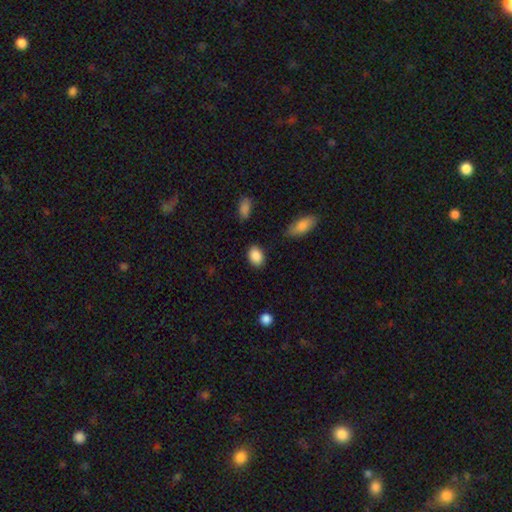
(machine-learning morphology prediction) Smooth or featured?
  - smooth: 89% *
  - star or artifact: 7%
  - featured or disk: 4%
How rounded?
  - in between: 76% *
  - round: 23%
  - cigar-shaped: 1%
Merging?
  - none: 85% *
  - minor disturbance: 10%
  - major disturbance: 3%
  - merger: 2%